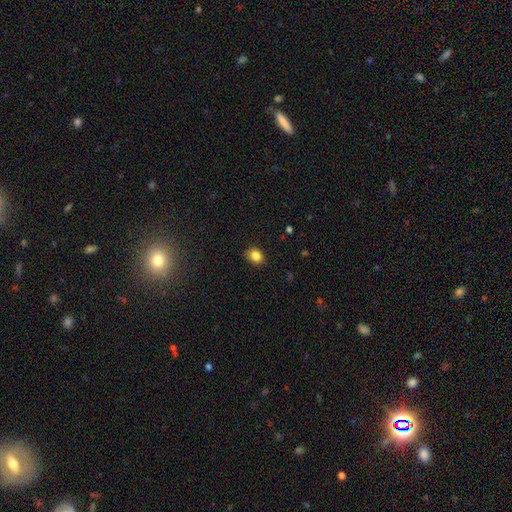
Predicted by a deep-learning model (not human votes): smooth 85%, star or artifact 10%, featured or disk 5%. Down the decision tree: how rounded — round (56%); merging — none (82%).